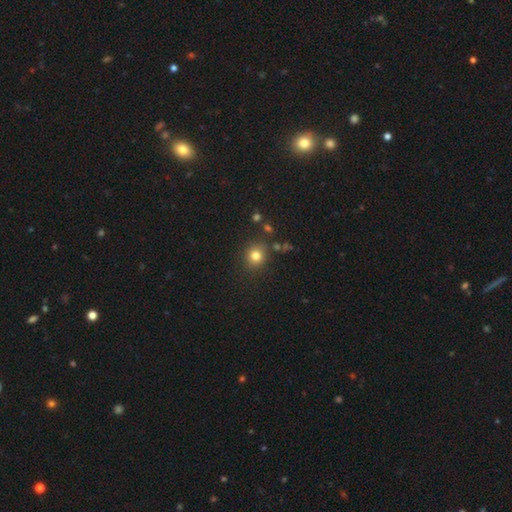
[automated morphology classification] type=smooth (79%); roundness=round (85%); merging=none (84%).